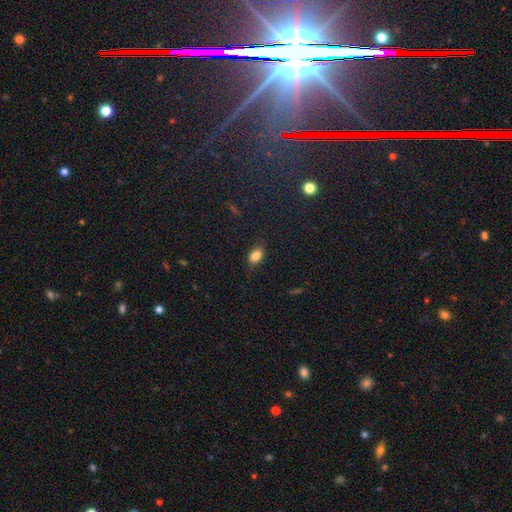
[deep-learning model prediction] Smooth or featured? Predicted: smooth (p=0.84). How rounded? Predicted: in between (p=0.81). Merging? Predicted: none (p=0.80).